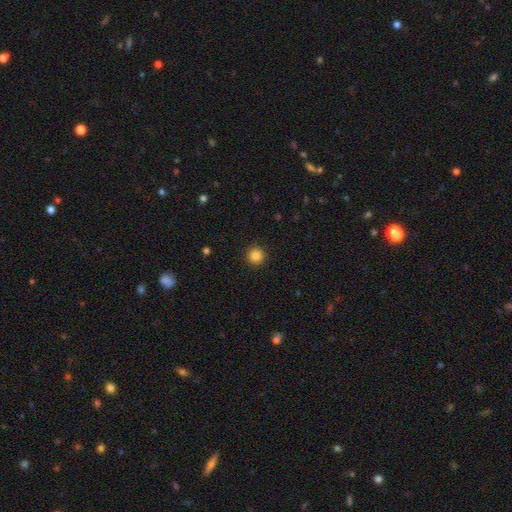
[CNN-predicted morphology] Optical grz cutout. It shows a smooth galaxy with no disk features (85%) that is round (95%). Merging: none (92%).